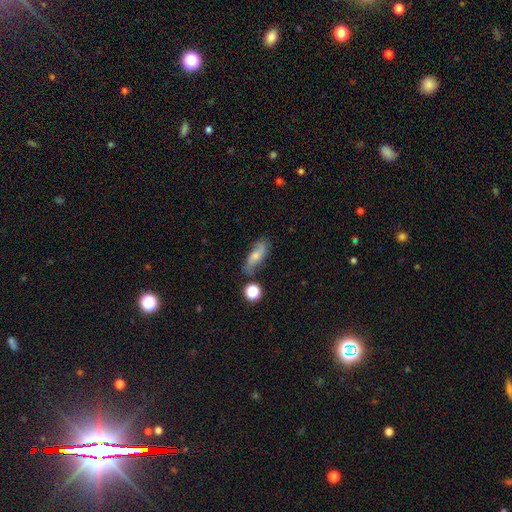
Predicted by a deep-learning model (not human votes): Smooth or featured?
  - featured or disk: 50% *
  - smooth: 39%
  - star or artifact: 10%
Edge-on disk?
  - no: 76% *
  - yes: 24%
Merging?
  - none: 74% *
  - minor disturbance: 16%
  - major disturbance: 5%
  - merger: 5%